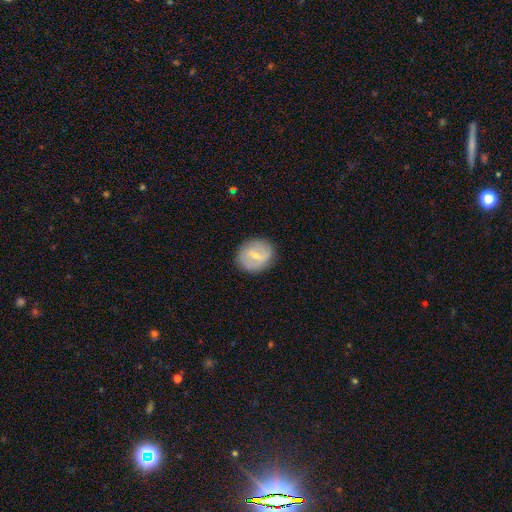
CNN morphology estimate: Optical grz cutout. It shows a featured or disk galaxy (51%). Merging: none (84%).